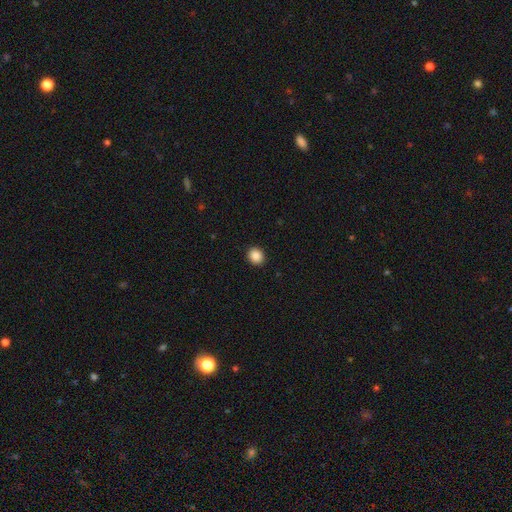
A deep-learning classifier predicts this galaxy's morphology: Q: Smooth or featured?
A: smooth (88%); runner-up: star or artifact (9%)
Q: How rounded?
A: round (75%); runner-up: in between (25%)
Q: Merging?
A: none (92%); runner-up: minor disturbance (5%)